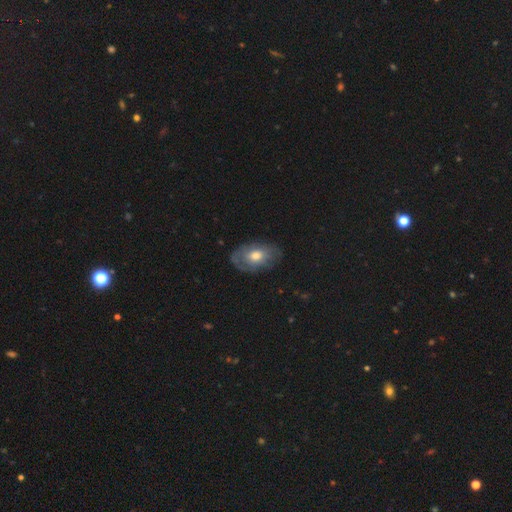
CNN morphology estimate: Smooth or featured? featured or disk (48%)
Merging? none (69%)